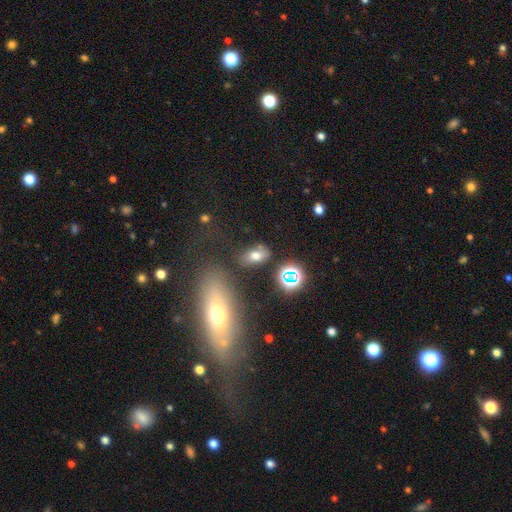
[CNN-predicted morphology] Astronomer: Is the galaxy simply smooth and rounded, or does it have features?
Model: smooth — 64%.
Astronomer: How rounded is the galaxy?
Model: in between — 85%.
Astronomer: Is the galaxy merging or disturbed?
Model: none — 66%.